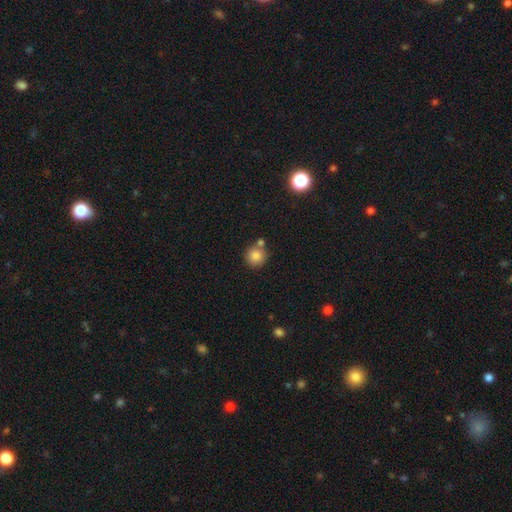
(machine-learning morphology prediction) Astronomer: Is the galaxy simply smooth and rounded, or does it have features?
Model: smooth — 84%.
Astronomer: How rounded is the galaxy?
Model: round — 92%.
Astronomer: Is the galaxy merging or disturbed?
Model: none — 67%.